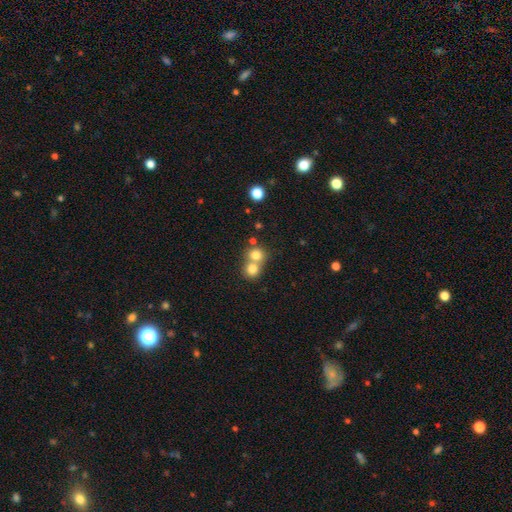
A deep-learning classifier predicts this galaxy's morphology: smooth 77%, star or artifact 12%, featured or disk 11%. Down the decision tree: how rounded — round (83%); merging — merger (57%).